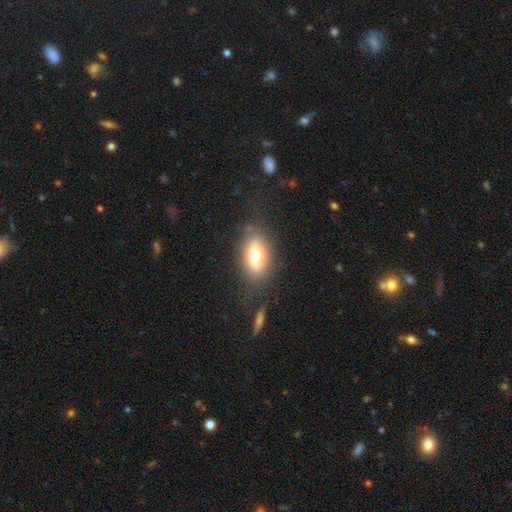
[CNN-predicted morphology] Overall: smooth (66%). How rounded: in between (80%). Merging: none (75%).